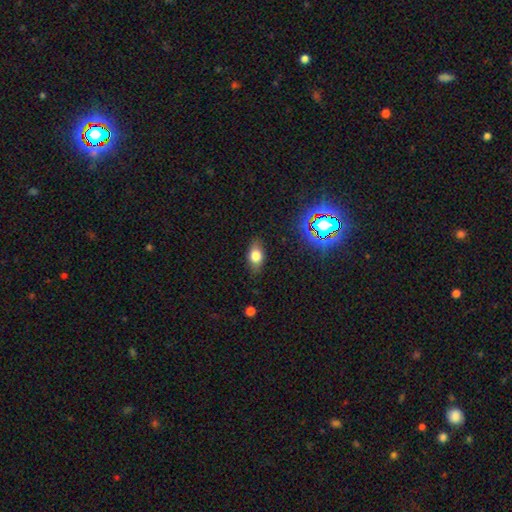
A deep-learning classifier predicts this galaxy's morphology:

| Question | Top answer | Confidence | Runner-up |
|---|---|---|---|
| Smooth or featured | smooth | 72% | featured or disk (16%) |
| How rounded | in between | 83% | round (12%) |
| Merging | none | 83% | minor disturbance (13%) |